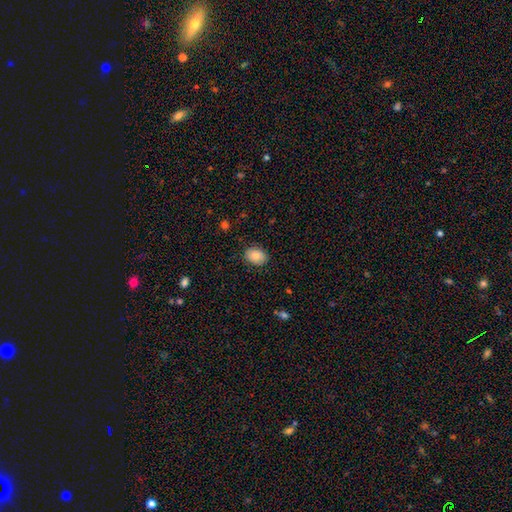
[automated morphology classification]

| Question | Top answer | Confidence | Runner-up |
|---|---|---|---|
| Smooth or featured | smooth | 82% | featured or disk (10%) |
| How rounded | in between | 71% | round (28%) |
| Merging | none | 86% | minor disturbance (10%) |